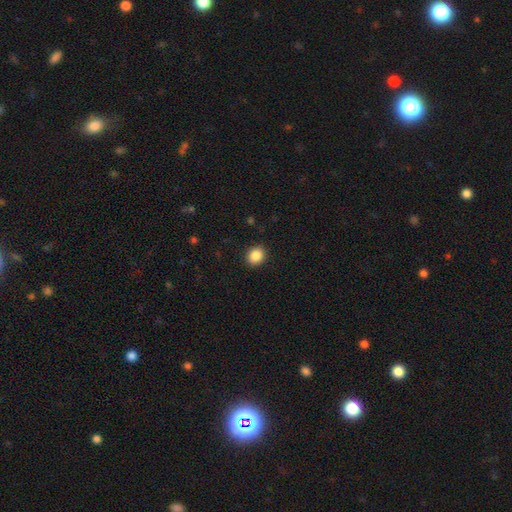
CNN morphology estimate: A smooth galaxy with no disk features (87%) that is round (65%).

Vote fractions:
- Smooth or featured? smooth: 87% / star or artifact: 9% / featured or disk: 4%
- How rounded? round: 65% / in between: 34% / cigar-shaped: 1%
- Merging? none: 91% / minor disturbance: 6% / major disturbance: 2% / merger: 1%